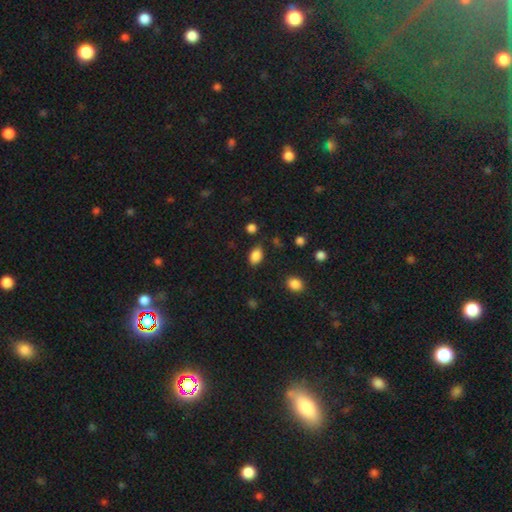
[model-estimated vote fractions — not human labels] Smooth or featured?
  - smooth: 86% *
  - star or artifact: 10%
  - featured or disk: 4%
How rounded?
  - in between: 85% *
  - round: 14%
  - cigar-shaped: 2%
Merging?
  - none: 77% *
  - minor disturbance: 16%
  - major disturbance: 4%
  - merger: 3%